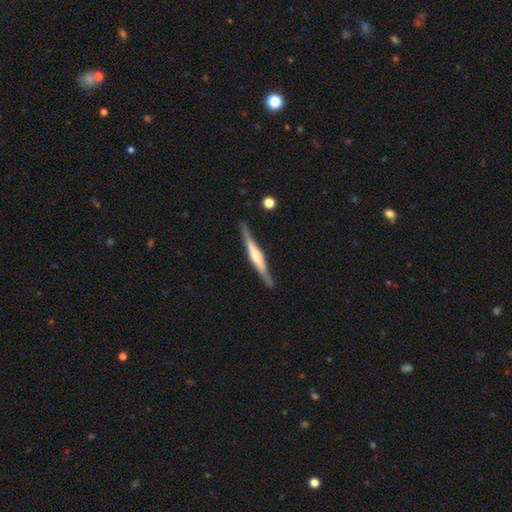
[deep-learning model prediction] Smooth or featured?
  - featured or disk: 71% *
  - smooth: 24%
  - star or artifact: 5%
Edge-on disk?
  - yes: 98% *
  - no: 2%
Edge-on bulge?
  - rounded: 60% *
  - boxy: 28%
  - none: 11%
Merging?
  - none: 86% *
  - minor disturbance: 10%
  - major disturbance: 2%
  - merger: 2%